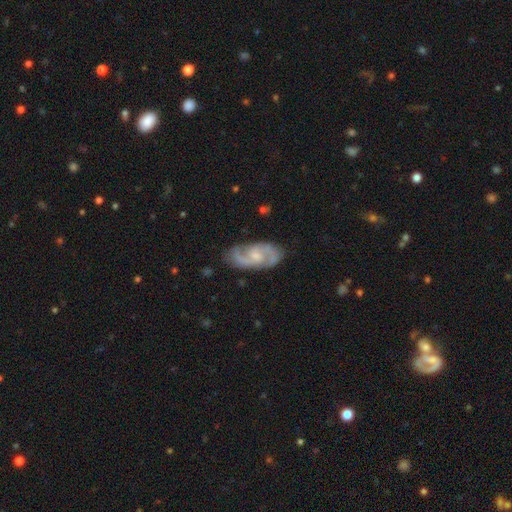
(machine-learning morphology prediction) Smooth or featured: featured or disk — 86% (smooth — 9%)
Edge-on disk: no — 96% (yes — 4%)
Bar: no — 53% (weak — 40%)
Spiral arms: yes — 97% (no — 3%)
Spiral winding: medium — 55% (tight — 28%)
Spiral arm count: 2 — 87% (can't tell — 5%)
Bulge size: small — 54% (moderate — 34%)
Merging: none — 80% (minor disturbance — 15%)